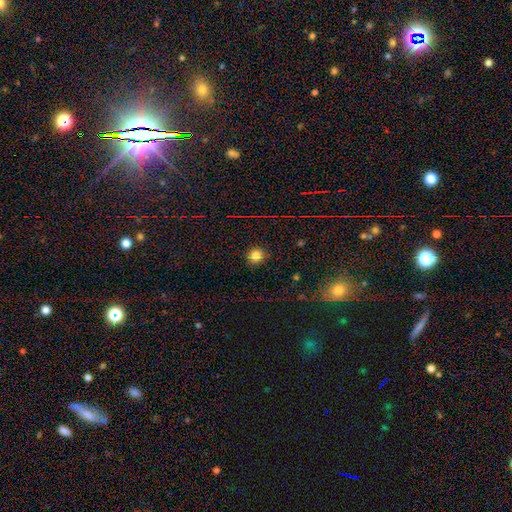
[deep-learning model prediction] smooth 79%, star or artifact 15%, featured or disk 6%. Down the decision tree: how rounded — round (89%); merging — none (90%).